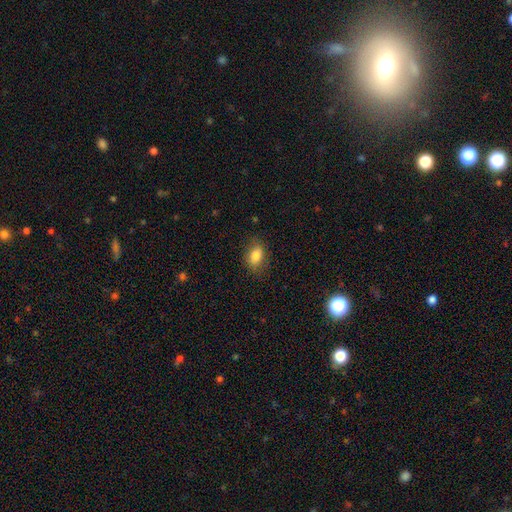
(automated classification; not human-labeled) The model was most divided on "merging": none: 79%, minor disturbance: 15%, major disturbance: 4%, merger: 1%. More confident: smooth or featured — smooth (83%); how rounded — in between (83%).